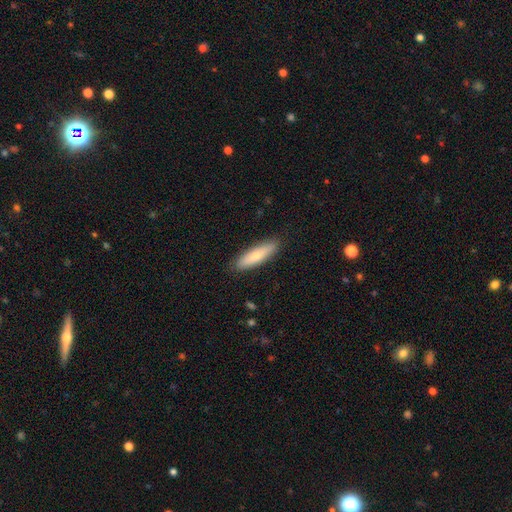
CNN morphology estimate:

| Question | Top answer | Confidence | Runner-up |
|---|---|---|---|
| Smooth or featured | smooth | 74% | featured or disk (20%) |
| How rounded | cigar-shaped | 70% | in between (29%) |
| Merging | none | 88% | minor disturbance (9%) |